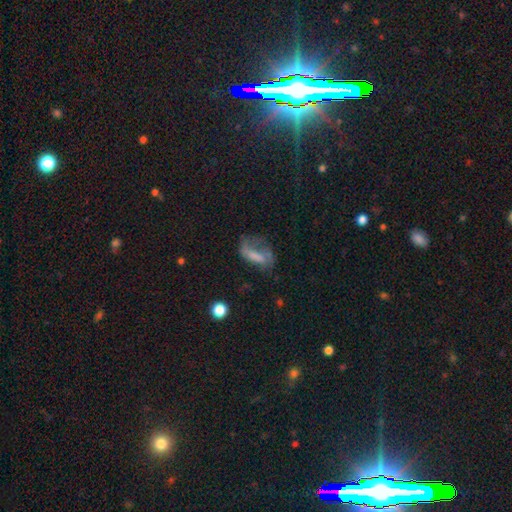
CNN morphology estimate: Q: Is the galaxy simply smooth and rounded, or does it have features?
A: smooth — 50%.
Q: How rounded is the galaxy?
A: in between — 72%.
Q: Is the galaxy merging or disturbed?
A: major disturbance — 42%.